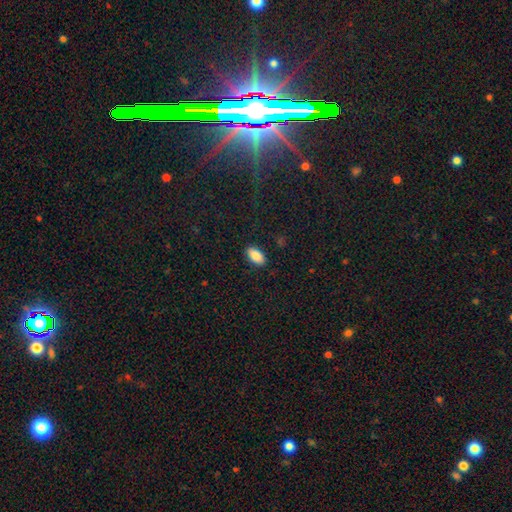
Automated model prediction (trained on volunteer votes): Morphology: type=smooth (87%); roundness=in between (94%); merging=none (88%).